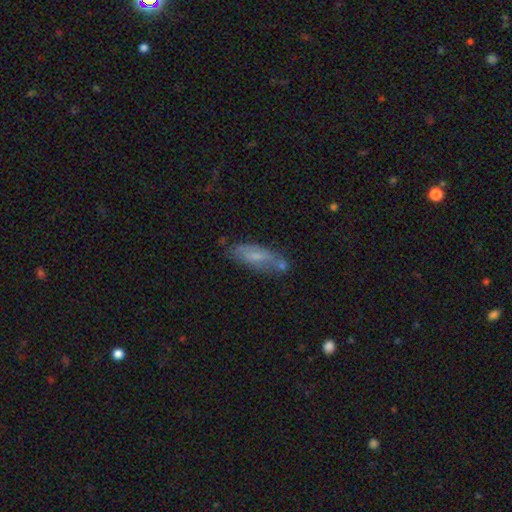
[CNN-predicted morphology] Q: Smooth or featured?
A: smooth (56%); runner-up: featured or disk (35%)
Q: How rounded?
A: in between (56%); runner-up: cigar-shaped (42%)
Q: Merging?
A: none (59%); runner-up: minor disturbance (24%)